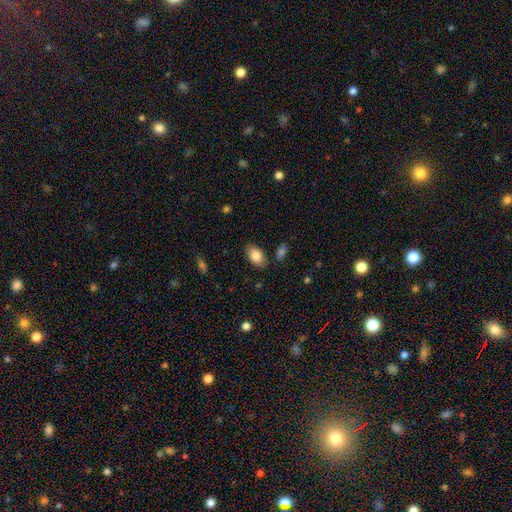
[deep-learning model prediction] Smooth or featured? smooth (85%)
How rounded? in between (93%)
Merging? none (82%)